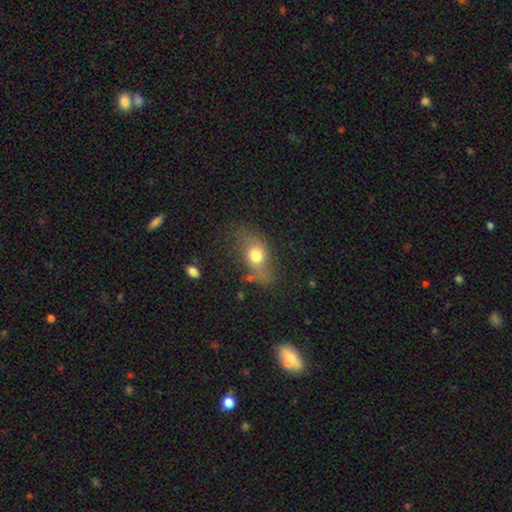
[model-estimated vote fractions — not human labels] Smooth or featured?
  - smooth: 67% *
  - featured or disk: 22%
  - star or artifact: 11%
How rounded?
  - in between: 69% *
  - round: 26%
  - cigar-shaped: 6%
Merging?
  - none: 54% *
  - minor disturbance: 25%
  - major disturbance: 16%
  - merger: 5%